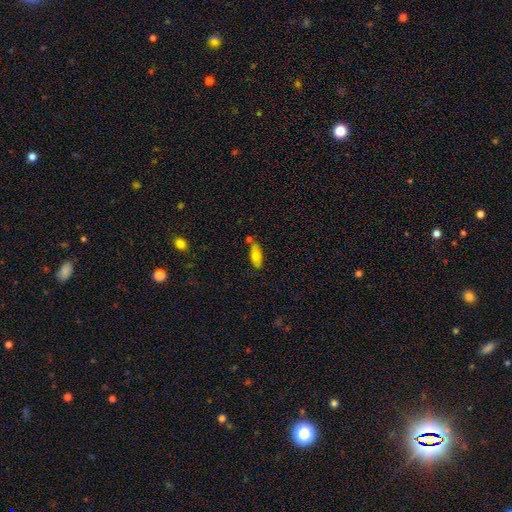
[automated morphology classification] This appears to be a smooth galaxy with no disk features (80%) that is in between round and cigar-shaped (78%). Merging: none (64%).